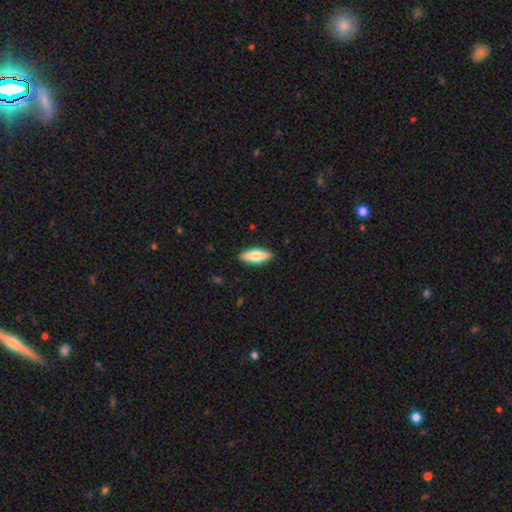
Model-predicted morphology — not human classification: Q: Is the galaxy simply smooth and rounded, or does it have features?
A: smooth — 70%.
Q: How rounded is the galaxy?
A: in between — 62%.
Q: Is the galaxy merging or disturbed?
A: none — 89%.